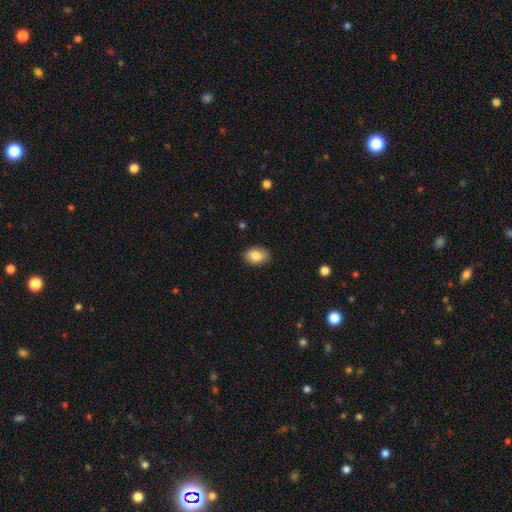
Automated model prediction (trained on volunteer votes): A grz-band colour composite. It shows a smooth galaxy with no disk features (86%) that is in between round and cigar-shaped (80%). Merging: none (83%).